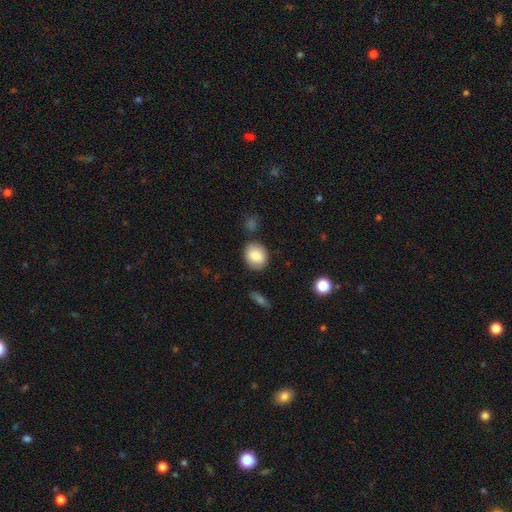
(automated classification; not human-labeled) This appears to be a smooth galaxy with no disk features (85%) that is round (63%). Merging: none (82%).